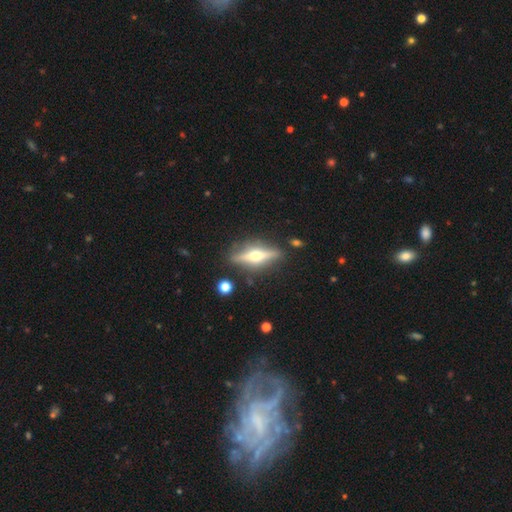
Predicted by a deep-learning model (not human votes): Morphology: type=featured or disk (73%); edge-on=yes (94%); edge-on bulge=rounded (95%); merging=none (85%).